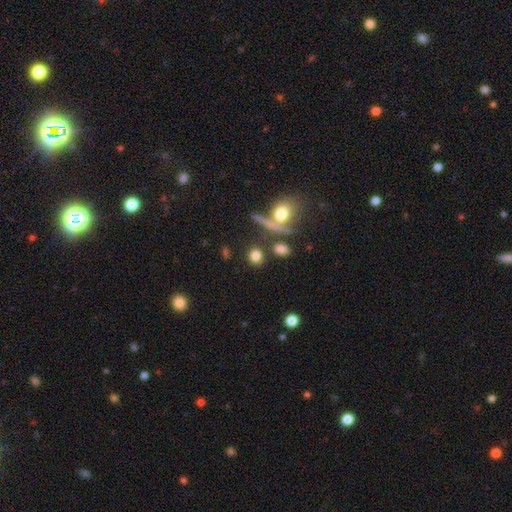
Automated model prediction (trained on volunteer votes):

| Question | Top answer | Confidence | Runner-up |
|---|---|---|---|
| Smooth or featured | smooth | 78% | star or artifact (12%) |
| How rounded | round | 78% | in between (18%) |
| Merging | none | 78% | merger (9%) |